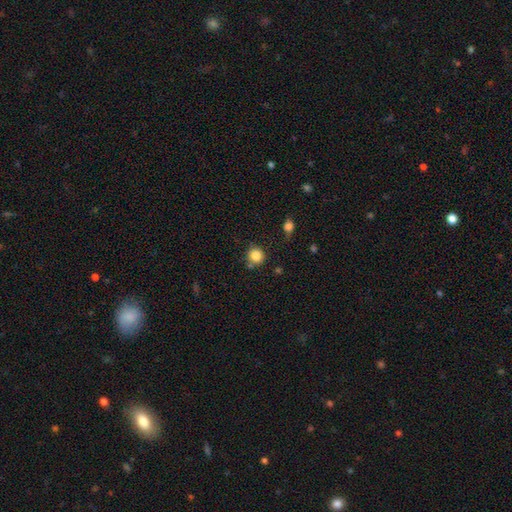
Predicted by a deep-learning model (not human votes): Q: Smooth or featured?
A: smooth (84%); runner-up: star or artifact (10%)
Q: How rounded?
A: round (90%); runner-up: in between (9%)
Q: Merging?
A: none (74%); runner-up: minor disturbance (14%)